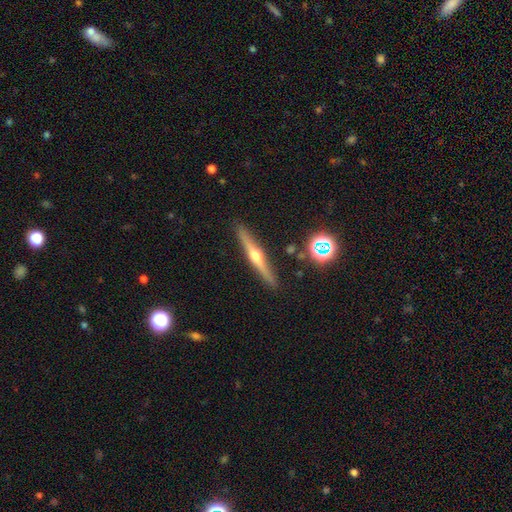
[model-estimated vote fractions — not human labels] smooth_or_featured: featured or disk (p=0.73) [alt: smooth p=0.20]
disk_edge_on: yes (p=0.98) [alt: no p=0.02]
edge_on_bulge: rounded (p=0.93) [alt: none p=0.04]
merging: none (p=0.91) [alt: minor disturbance p=0.06]